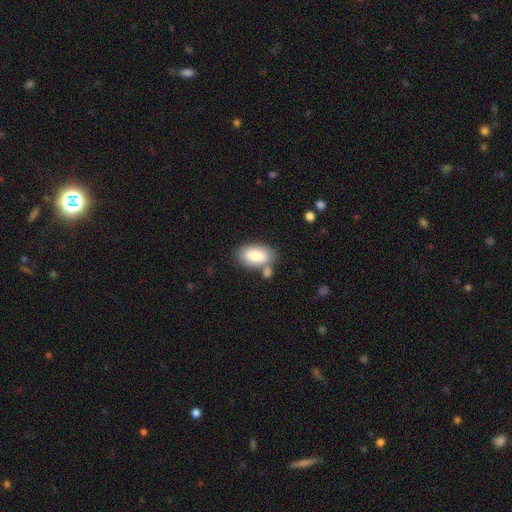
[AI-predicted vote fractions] A smooth galaxy with no disk features (82%) that is in between round and cigar-shaped (94%). Merging: none (64%).